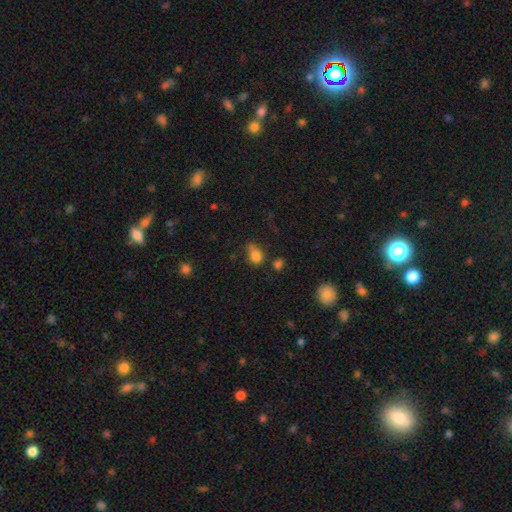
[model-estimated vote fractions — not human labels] Smooth or featured? Predicted: smooth (p=0.79). How rounded? Predicted: in between (p=0.52). Merging? Predicted: none (p=0.44).